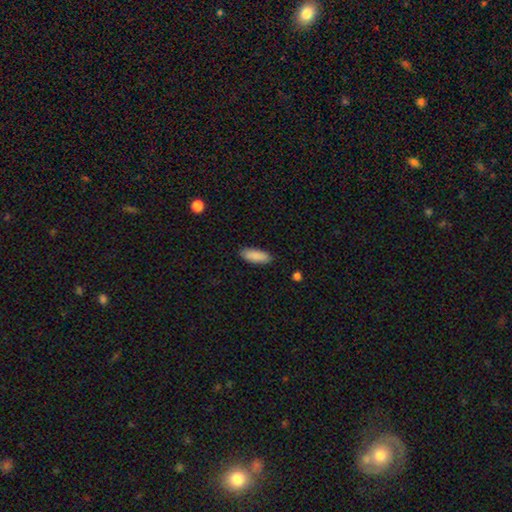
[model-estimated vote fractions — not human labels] Smooth or featured? smooth (89%)
How rounded? in between (73%)
Merging? none (88%)